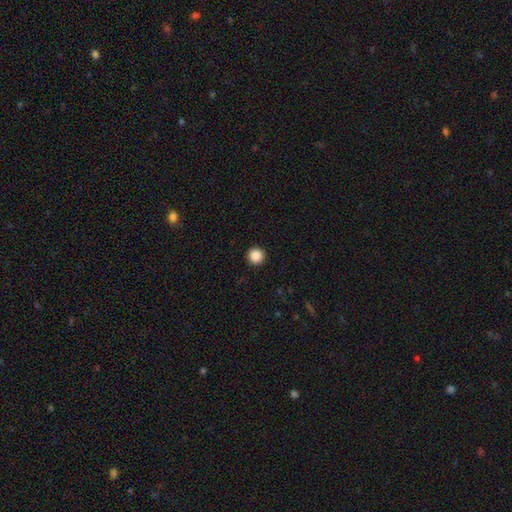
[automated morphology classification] Smooth or featured? Predicted: smooth (p=0.88). How rounded? Predicted: round (p=0.96). Merging? Predicted: none (p=0.93).